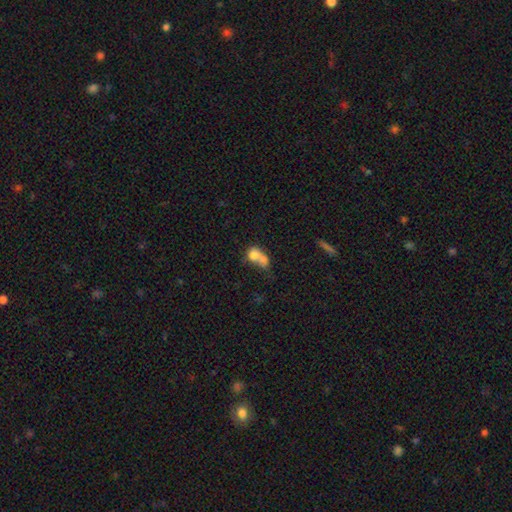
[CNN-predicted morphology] Overall: smooth (70%). How rounded: in between (57%; round 40%). Merging: merger (62%).